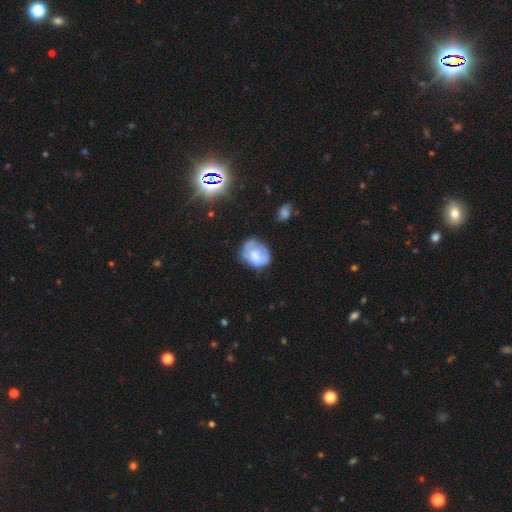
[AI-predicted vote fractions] The model was most divided on "how rounded": in between: 52%, round: 47%, cigar-shaped: 1%. More confident: smooth or featured — smooth (59%); merging — none (50%).